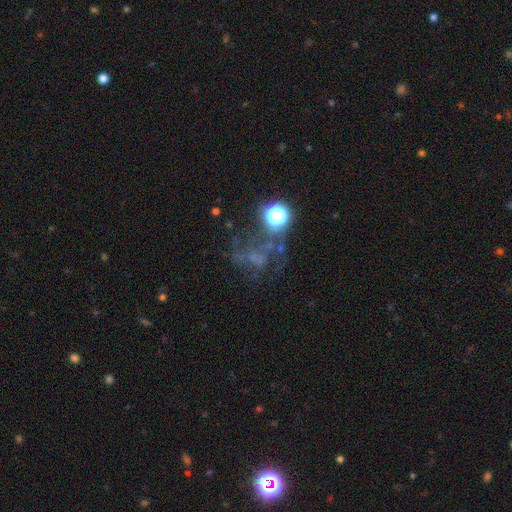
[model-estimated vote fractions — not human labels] This is marginally a star or artifact rather than a galaxy (38%, tied with featured or disk).